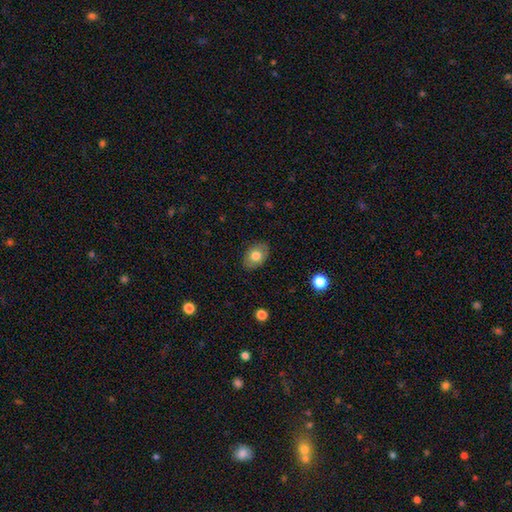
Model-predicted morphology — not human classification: Smooth or featured? Predicted: smooth (p=0.74). How rounded? Predicted: in between (p=0.77). Merging? Predicted: none (p=0.85).